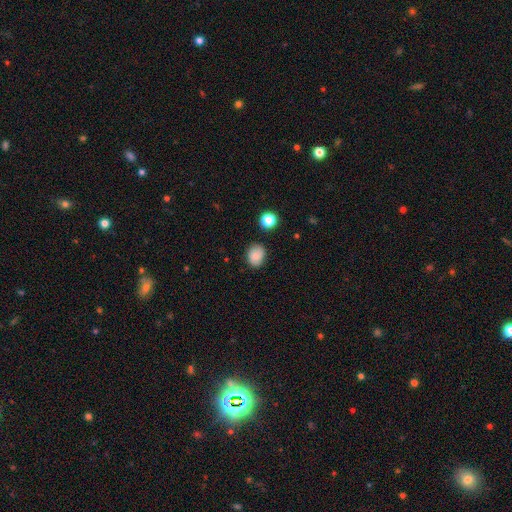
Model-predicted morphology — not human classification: Q: Smooth or featured?
A: smooth (84%); runner-up: star or artifact (10%)
Q: How rounded?
A: in between (50%); runner-up: round (49%)
Q: Merging?
A: none (81%); runner-up: minor disturbance (14%)